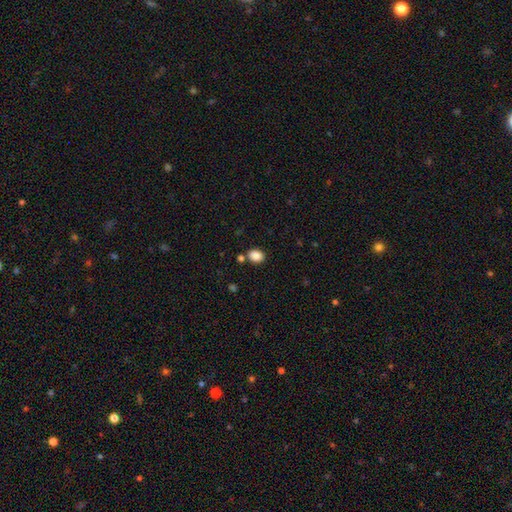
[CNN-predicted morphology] A smooth galaxy with no disk features (87%) that is in between round and cigar-shaped (60%).

Vote fractions:
- Smooth or featured? smooth: 87% / star or artifact: 9% / featured or disk: 4%
- How rounded? in between: 60% / round: 39% / cigar-shaped: 1%
- Merging? none: 79% / minor disturbance: 10% / merger: 8% / major disturbance: 3%